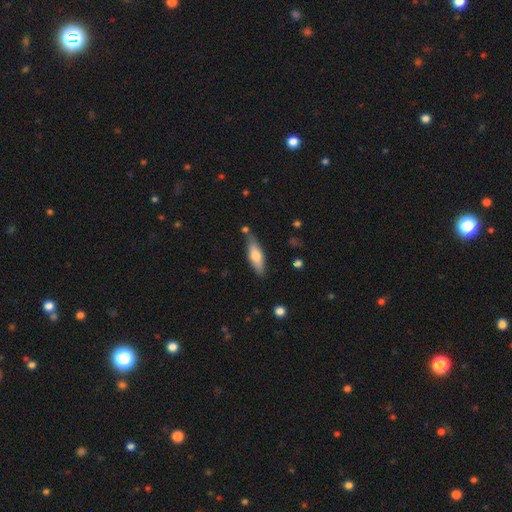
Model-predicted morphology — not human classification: Smooth or featured? smooth (64%)
How rounded? cigar-shaped (55%)
Merging? none (78%)